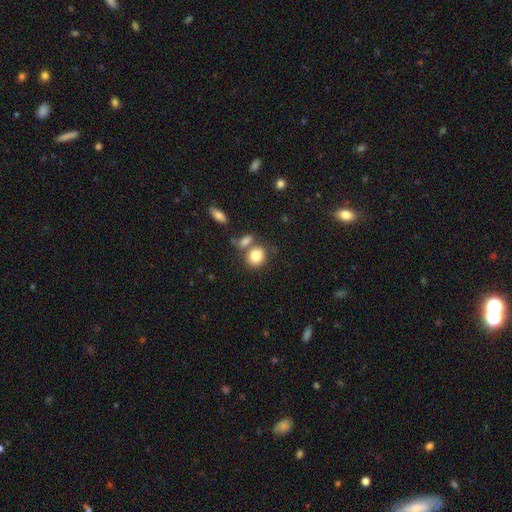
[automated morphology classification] This appears to be a smooth galaxy with no disk features (83%) that is round (65%). Merging: none (56%).